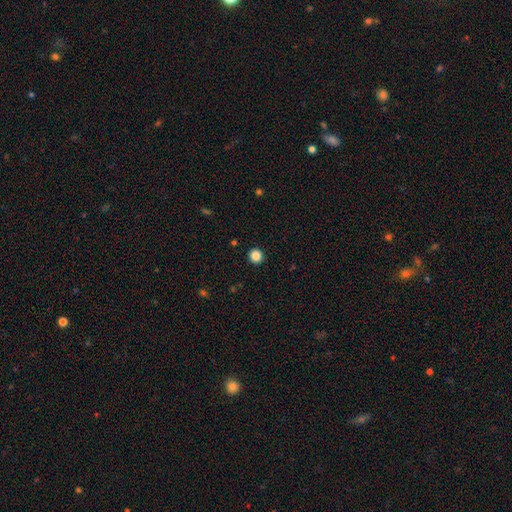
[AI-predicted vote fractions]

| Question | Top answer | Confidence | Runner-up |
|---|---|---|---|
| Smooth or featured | smooth | 86% | star or artifact (11%) |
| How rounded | round | 94% | in between (5%) |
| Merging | none | 93% | minor disturbance (4%) |